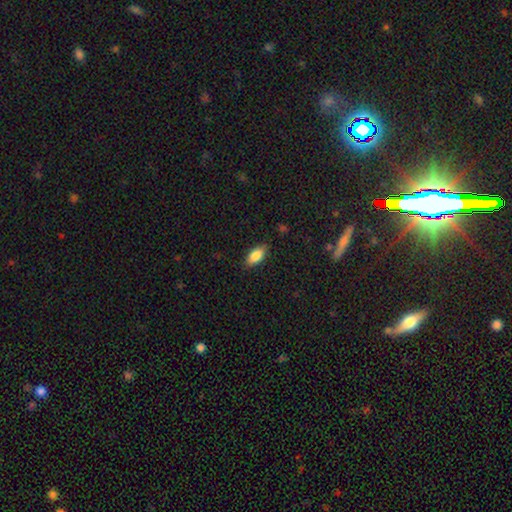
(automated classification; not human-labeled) This is clearly a smooth galaxy (84%). How rounded: clearly in between (89%). Merging: clearly none (85%).